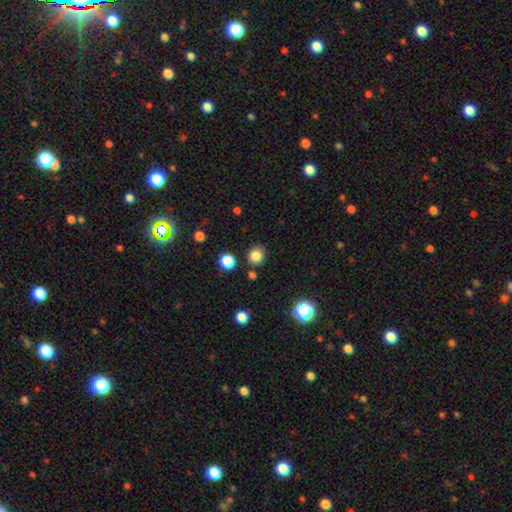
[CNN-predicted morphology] Smooth or featured?
  - smooth: 83% *
  - star or artifact: 12%
  - featured or disk: 5%
How rounded?
  - round: 81% *
  - in between: 18%
  - cigar-shaped: 1%
Merging?
  - none: 84% *
  - minor disturbance: 9%
  - merger: 5%
  - major disturbance: 3%